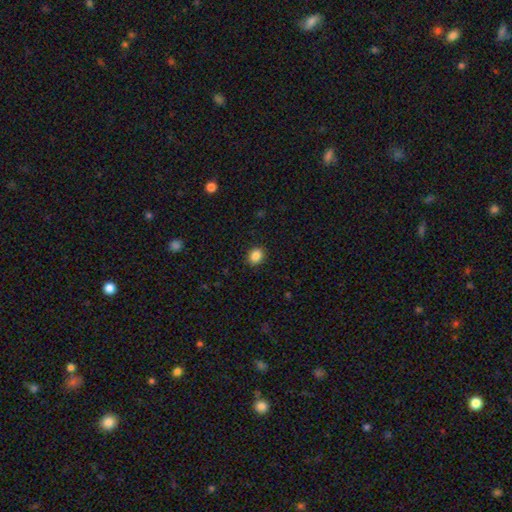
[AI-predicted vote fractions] A smooth galaxy with no disk features (86%) that is round (54%). Merging: none (90%).